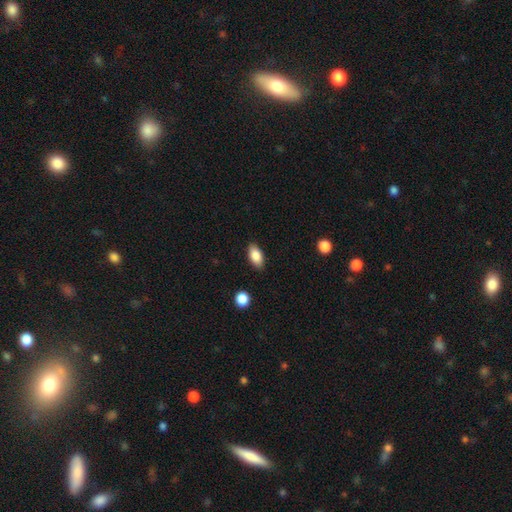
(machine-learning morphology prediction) Smooth or featured?
  - smooth: 86% *
  - star or artifact: 7%
  - featured or disk: 6%
How rounded?
  - in between: 91% *
  - cigar-shaped: 5%
  - round: 4%
Merging?
  - none: 87% *
  - minor disturbance: 10%
  - major disturbance: 2%
  - merger: 1%